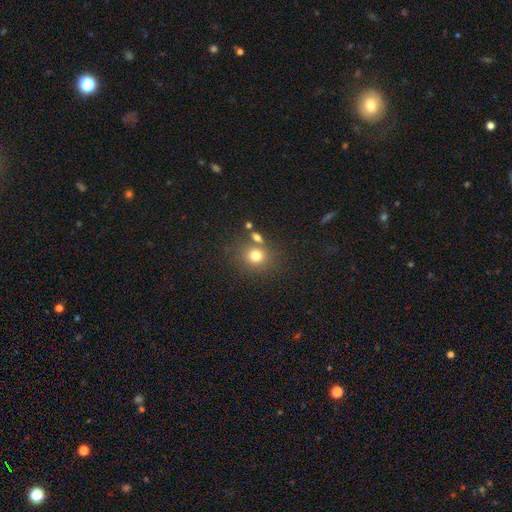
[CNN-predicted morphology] smooth_or_featured: smooth (p=0.76) [alt: star or artifact p=0.15]
how_rounded: round (p=0.83) [alt: in between p=0.16]
merging: none (p=0.69) [alt: merger p=0.16]